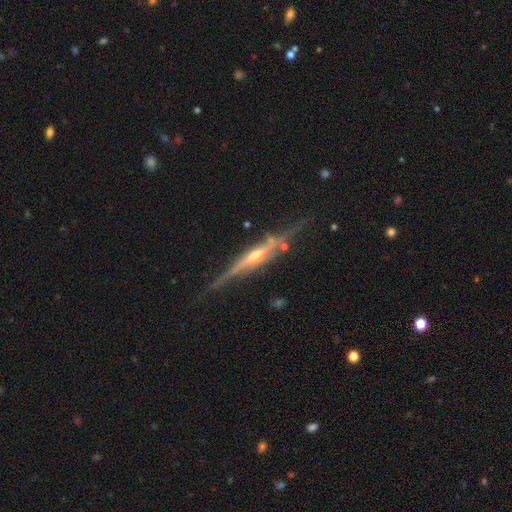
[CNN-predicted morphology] Q: Smooth or featured?
A: featured or disk (85%); runner-up: smooth (9%)
Q: Edge-on disk?
A: yes (95%); runner-up: no (5%)
Q: Edge-on bulge?
A: rounded (81%); runner-up: none (10%)
Q: Merging?
A: none (71%); runner-up: minor disturbance (20%)